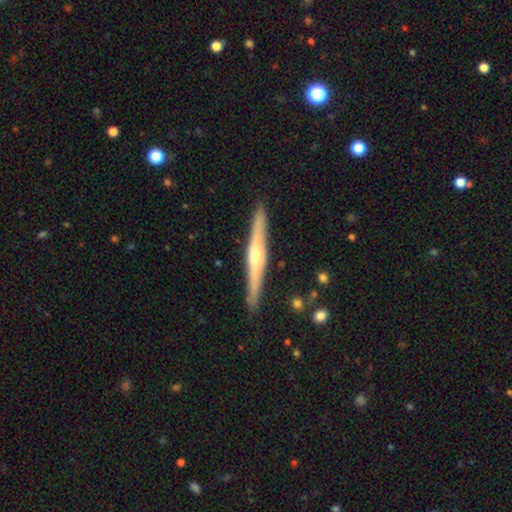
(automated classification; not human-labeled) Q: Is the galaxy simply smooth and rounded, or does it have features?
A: featured or disk — 69%.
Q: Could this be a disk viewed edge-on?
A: yes — 97%.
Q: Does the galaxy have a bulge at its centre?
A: rounded — 79%.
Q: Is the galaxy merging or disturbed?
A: none — 90%.